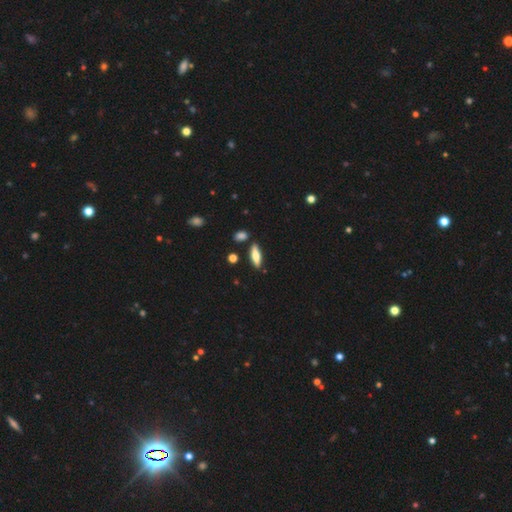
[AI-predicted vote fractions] The model was most divided on "how rounded": cigar-shaped: 54%, in between: 44%, round: 2%. More confident: merging — none (82%); smooth or featured — smooth (71%).